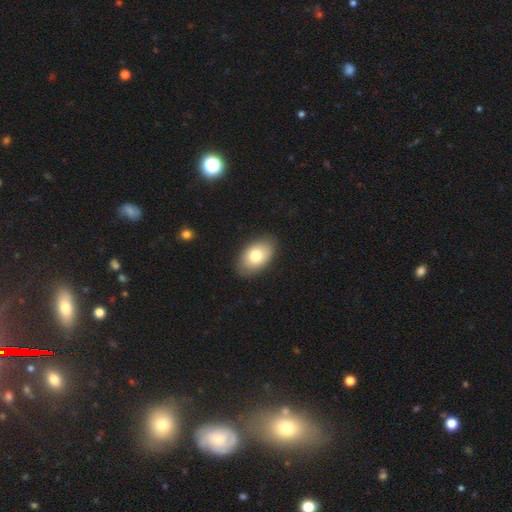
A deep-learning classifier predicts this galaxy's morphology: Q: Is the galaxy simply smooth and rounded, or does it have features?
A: smooth — 76%.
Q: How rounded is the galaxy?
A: in between — 90%.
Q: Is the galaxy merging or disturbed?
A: none — 86%.